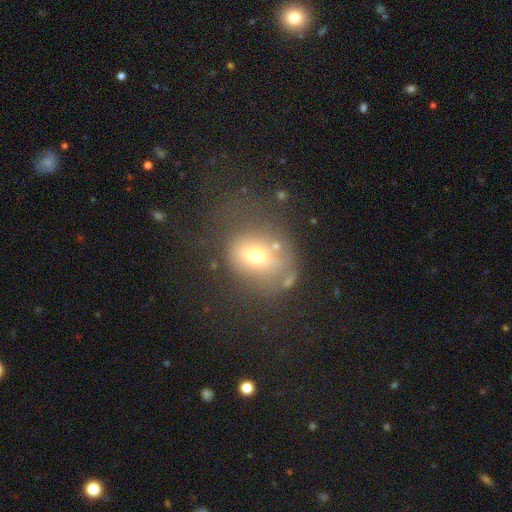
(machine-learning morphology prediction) smooth-or-featured: smooth: 64% | featured or disk: 22% | star or artifact: 15%
  how-rounded: round: 60% | in between: 38% | cigar-shaped: 2%
  merging: none: 45% | major disturbance: 25% | minor disturbance: 22% | merger: 9%